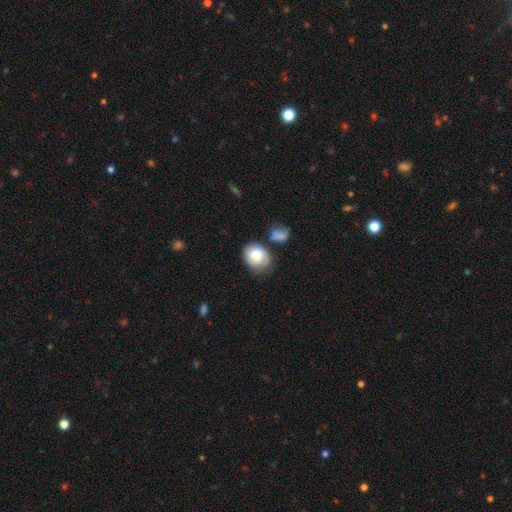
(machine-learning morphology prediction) The model was most divided on "how rounded": in between: 50%, round: 49%, cigar-shaped: 1%. More confident: smooth or featured — smooth (75%); merging — none (59%).